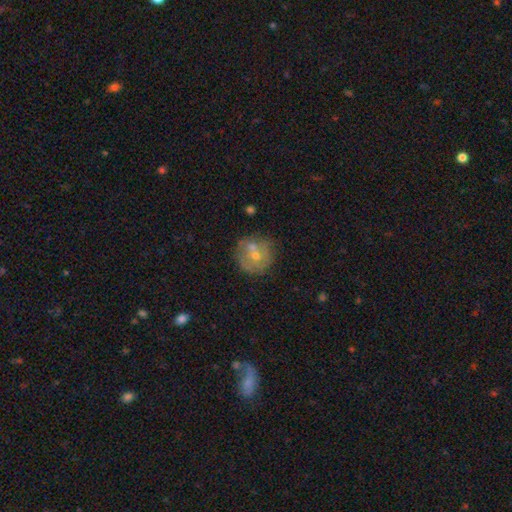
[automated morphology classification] smooth_or_featured: featured or disk (p=0.46) [alt: smooth p=0.43]
merging: none (p=0.61) [alt: merger p=0.18]